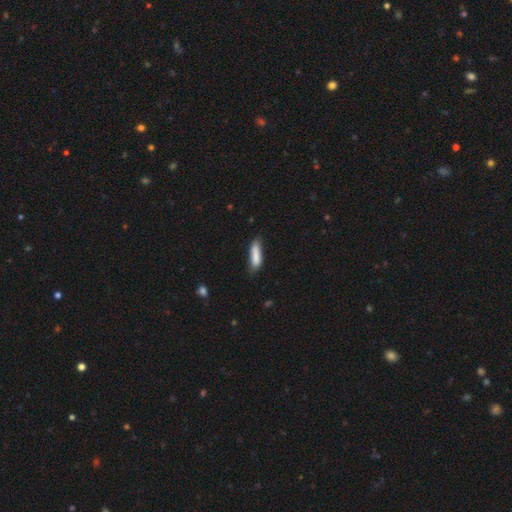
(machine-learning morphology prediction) Smooth or featured?
  - smooth: 83% *
  - featured or disk: 11%
  - star or artifact: 7%
How rounded?
  - cigar-shaped: 64% *
  - in between: 34%
  - round: 2%
Merging?
  - none: 62% *
  - minor disturbance: 29%
  - major disturbance: 6%
  - merger: 3%